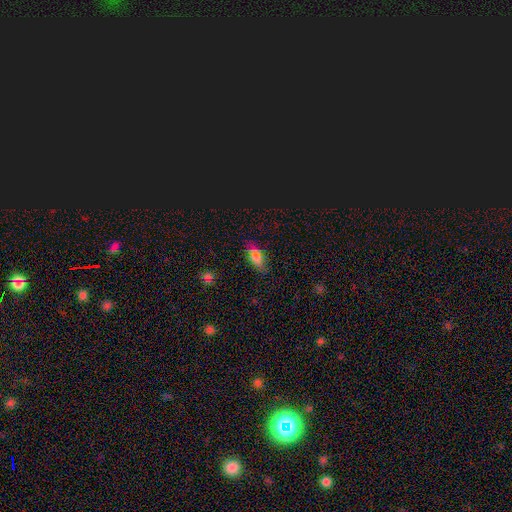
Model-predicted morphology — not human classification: The model was most divided on "smooth or featured": smooth: 63%, star or artifact: 27%, featured or disk: 10%. More confident: how rounded — in between (84%); merging — none (81%).